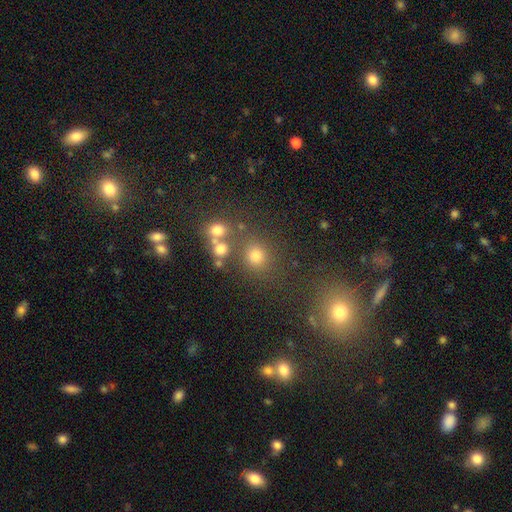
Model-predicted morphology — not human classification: A smooth galaxy with no disk features (71%) that is round (82%). Merging: none (68%).